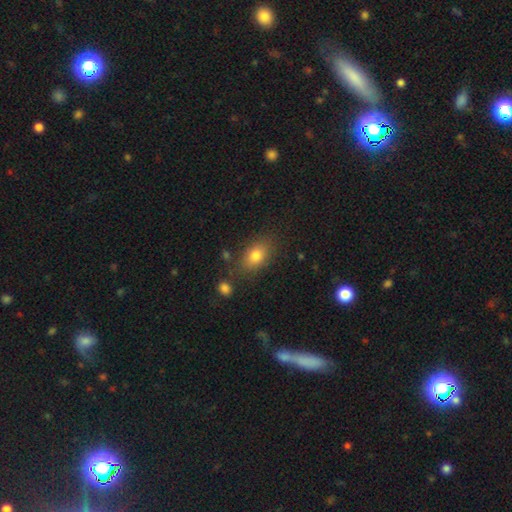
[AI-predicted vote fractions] smooth 79%, featured or disk 11%, star or artifact 10%. Down the decision tree: how rounded — in between (79%); merging — none (77%).